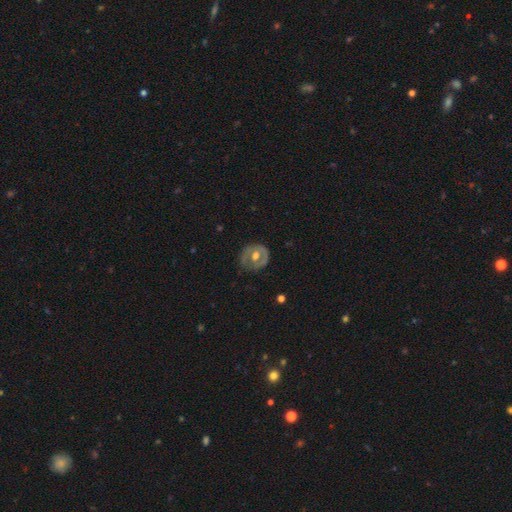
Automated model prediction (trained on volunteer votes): Q: Smooth or featured?
A: featured or disk (58%); runner-up: smooth (36%)
Q: Edge-on disk?
A: no (96%); runner-up: yes (4%)
Q: Bar?
A: no (67%); runner-up: weak (26%)
Q: Spiral arms?
A: no (68%); runner-up: yes (32%)
Q: Bulge size?
A: moderate (75%); runner-up: large (14%)
Q: Merging?
A: none (71%); runner-up: minor disturbance (20%)